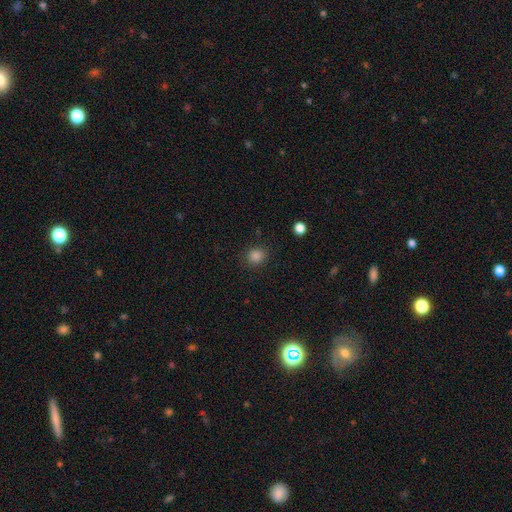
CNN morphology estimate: The model was most divided on "how rounded": round: 79%, in between: 20%, cigar-shaped: 1%. More confident: merging — none (86%); smooth or featured — smooth (84%).